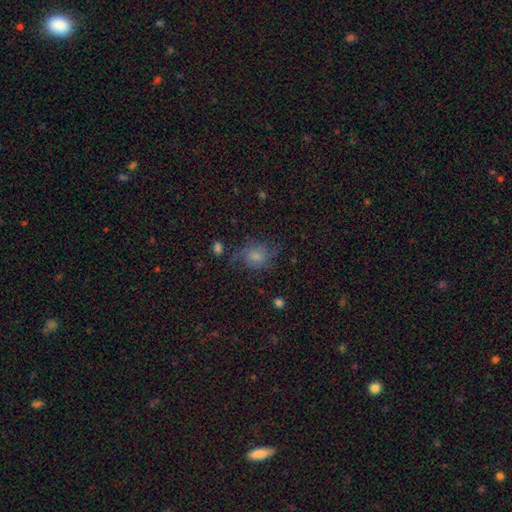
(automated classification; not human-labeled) Overall: smooth (57%; featured or disk 29%). How rounded: round (65%; in between 33%). Merging: none (58%; minor disturbance 24%).